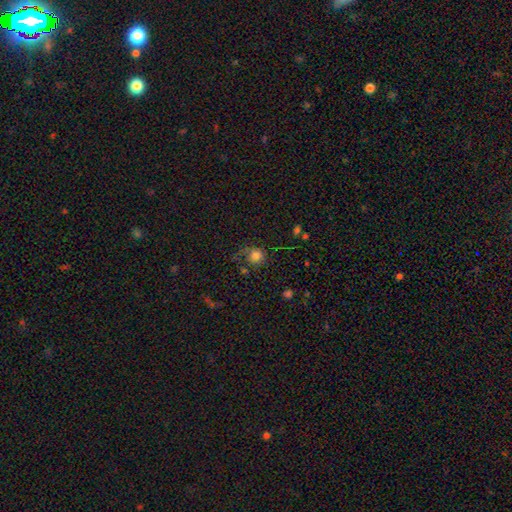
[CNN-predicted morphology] Smooth or featured? smooth (76%)
How rounded? round (87%)
Merging? none (56%)